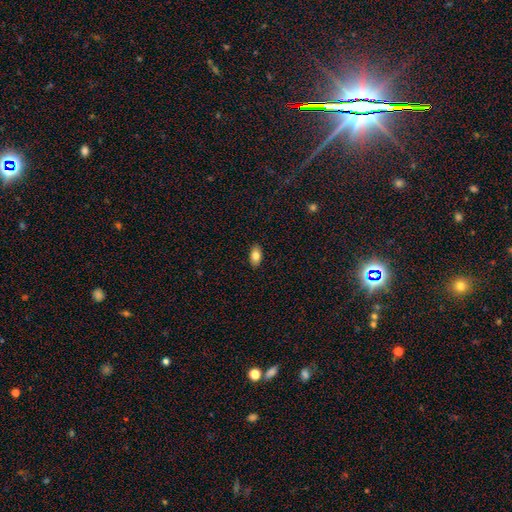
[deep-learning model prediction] Q: Smooth or featured?
A: smooth (82%); runner-up: featured or disk (11%)
Q: How rounded?
A: in between (91%); runner-up: round (6%)
Q: Merging?
A: none (89%); runner-up: minor disturbance (8%)